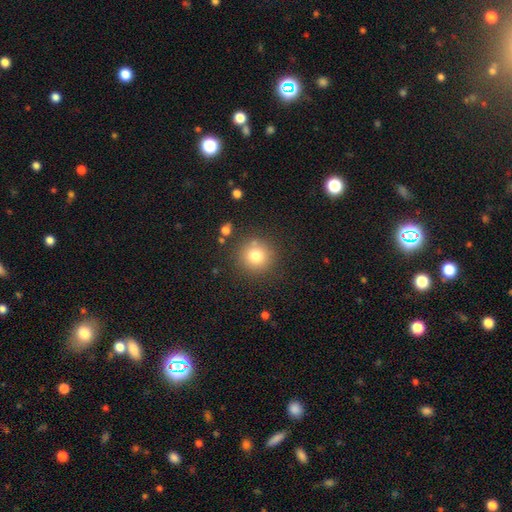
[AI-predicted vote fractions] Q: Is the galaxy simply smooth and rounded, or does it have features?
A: smooth — 77%.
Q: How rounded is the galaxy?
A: round — 94%.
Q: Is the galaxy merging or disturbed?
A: none — 84%.